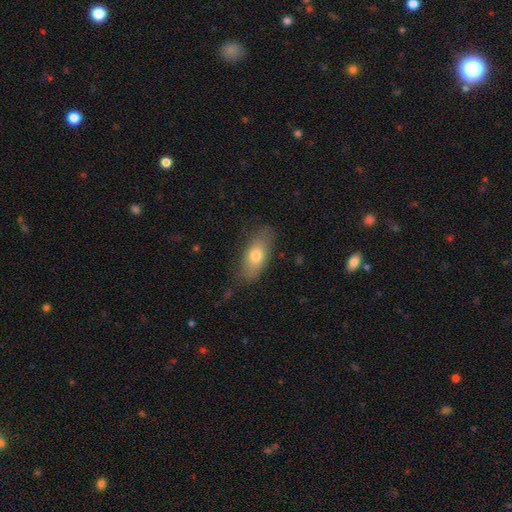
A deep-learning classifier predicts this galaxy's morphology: type=smooth (72%); roundness=in between (79%); merging=none (76%).